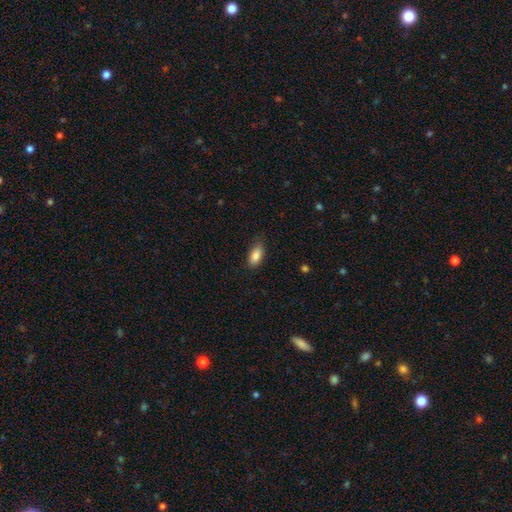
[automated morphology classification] type=smooth (87%); roundness=in between (89%); merging=none (79%).